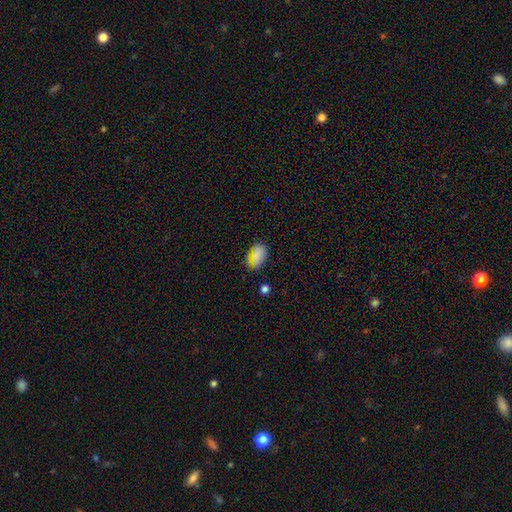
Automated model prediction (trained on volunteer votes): smooth-or-featured: smooth: 75% | star or artifact: 18% | featured or disk: 6%
  how-rounded: in between: 86% | round: 10% | cigar-shaped: 4%
  merging: none: 78% | minor disturbance: 16% | major disturbance: 4% | merger: 3%